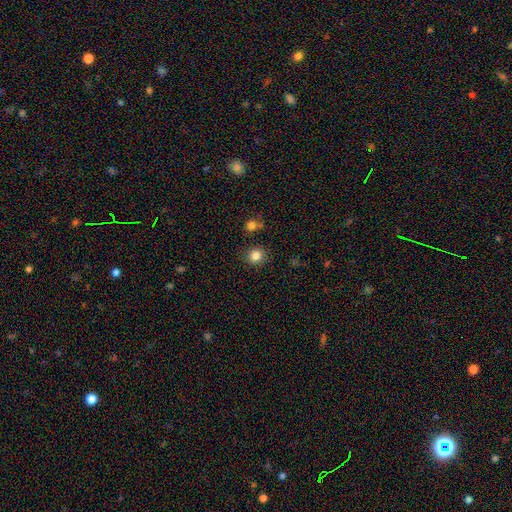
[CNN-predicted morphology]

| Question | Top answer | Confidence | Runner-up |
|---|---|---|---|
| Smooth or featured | smooth | 84% | star or artifact (11%) |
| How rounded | round | 83% | in between (16%) |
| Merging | none | 85% | minor disturbance (8%) |